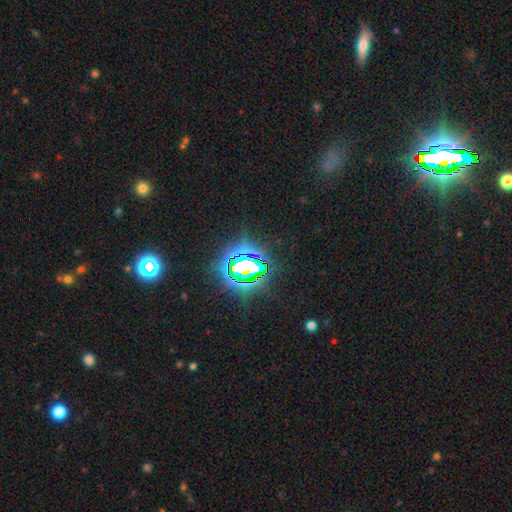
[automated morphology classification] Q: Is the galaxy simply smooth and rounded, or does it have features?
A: star or artifact — 78%.